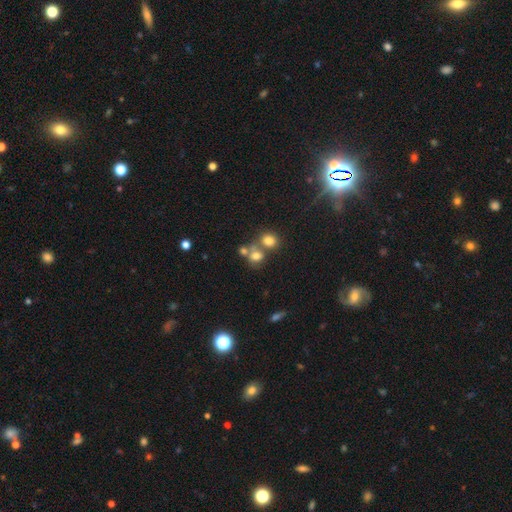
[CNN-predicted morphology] type=smooth (71%); roundness=round (67%); merging=merger (45%).